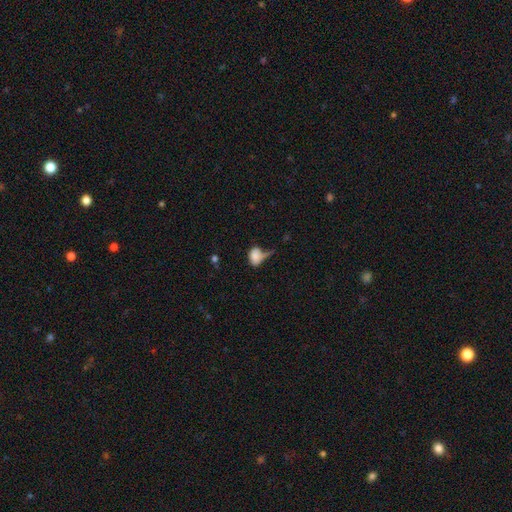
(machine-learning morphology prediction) Smooth or featured? smooth (78%)
How rounded? in between (77%)
Merging? none (29%)